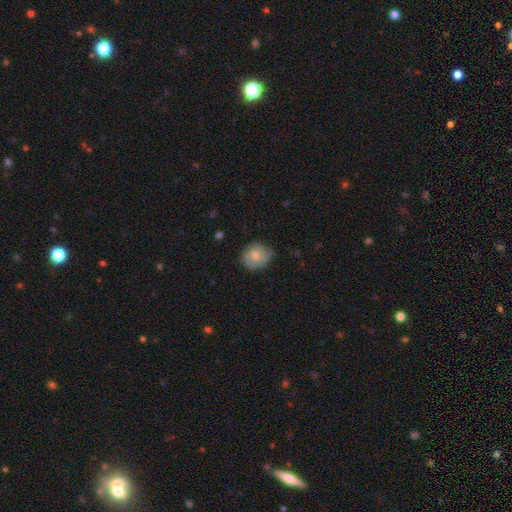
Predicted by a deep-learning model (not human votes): smooth_or_featured: smooth (p=0.59) [alt: featured or disk p=0.34]
how_rounded: round (p=0.72) [alt: in between p=0.27]
merging: none (p=0.63) [alt: minor disturbance p=0.27]